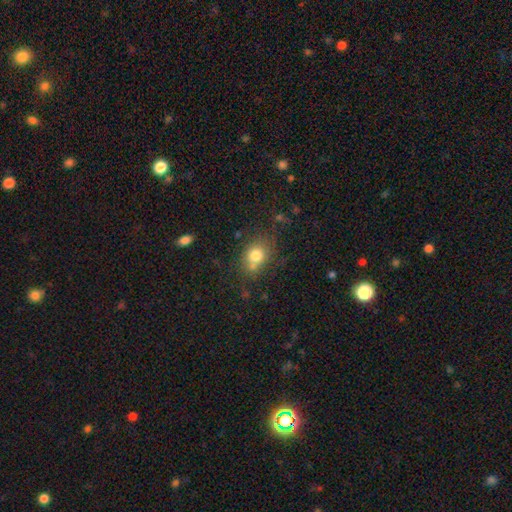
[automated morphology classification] Overall: smooth (77%). How rounded: round (57%; in between 42%). Merging: none (60%).